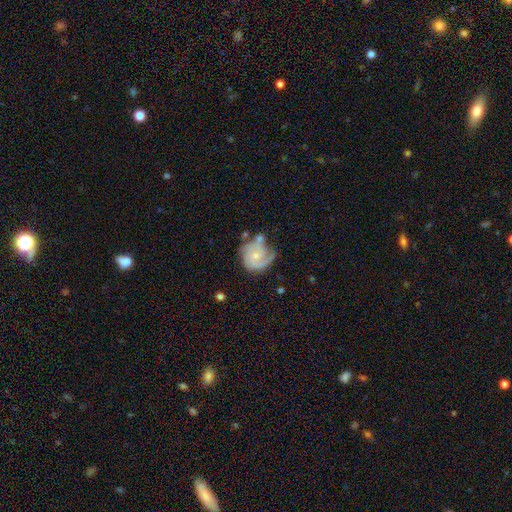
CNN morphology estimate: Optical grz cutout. It shows a featured or disk galaxy (76%) with no bar (70%), 2 (39%) tight (50%) spiral arms (93%) and a small central bulge (64%). Merging: none (50%).